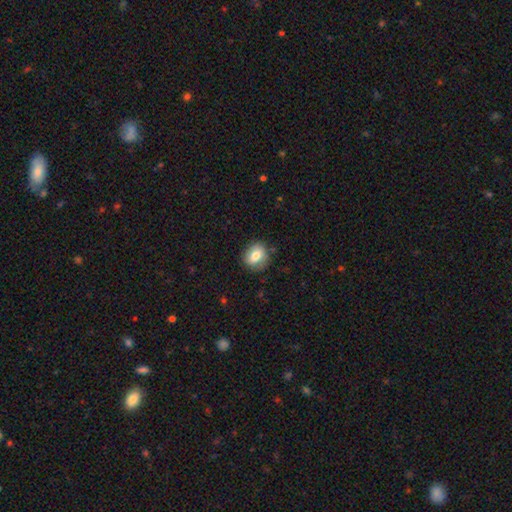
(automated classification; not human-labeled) Overall: smooth (77%). How rounded: round (55%; in between 44%). Merging: none (80%).